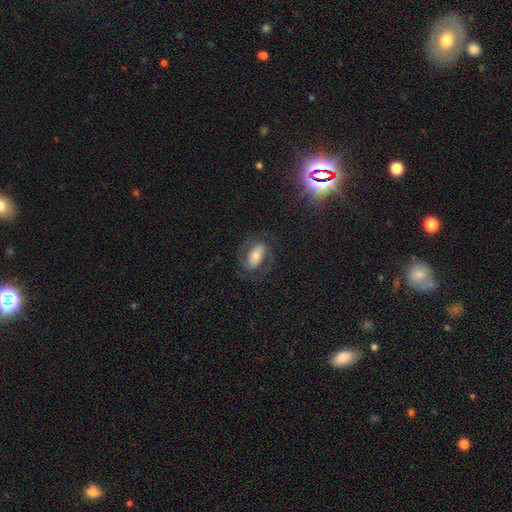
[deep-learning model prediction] A featured or disk galaxy (63%) with a strong bar (36%), spiral arms (82%) and a moderate central bulge (49%).

Vote fractions:
- Smooth or featured? featured or disk: 63% / smooth: 25% / star or artifact: 11%
- Edge-on disk? no: 95% / yes: 5%
- Bar? strong: 36% / no: 34% / weak: 30%
- Spiral arms? yes: 82% / no: 18%
- Bulge size? moderate: 49% / small: 33% / large: 12% / dominant: 3% / none: 3%
- Merging? none: 70% / minor disturbance: 15% / major disturbance: 14% / merger: 1%